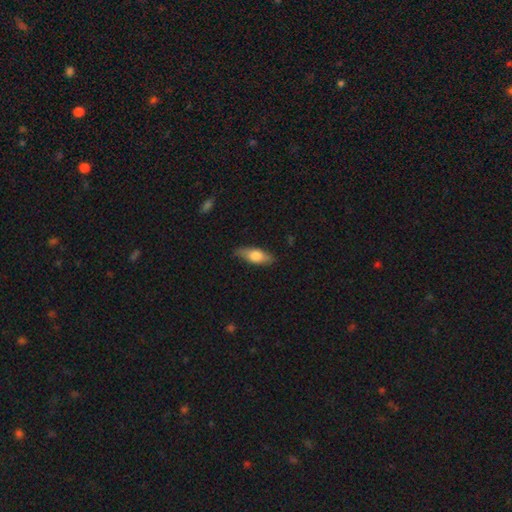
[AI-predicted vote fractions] Q: Smooth or featured?
A: smooth (66%); runner-up: featured or disk (28%)
Q: How rounded?
A: in between (69%); runner-up: cigar-shaped (28%)
Q: Merging?
A: none (80%); runner-up: minor disturbance (16%)